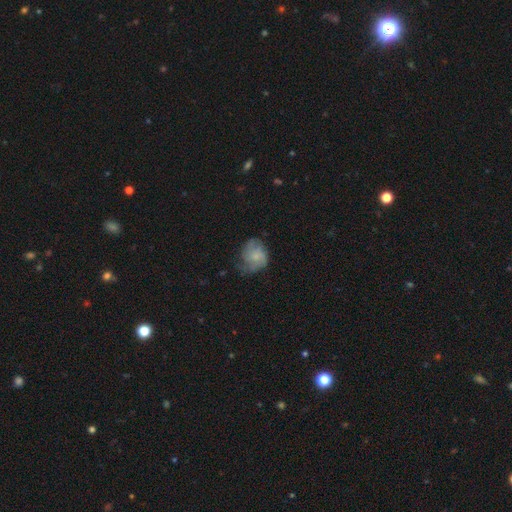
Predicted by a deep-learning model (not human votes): The model was most divided on "smooth or featured": smooth: 52%, featured or disk: 39%, star or artifact: 8%. Remaining: how rounded — round (61%); merging — none (46%).